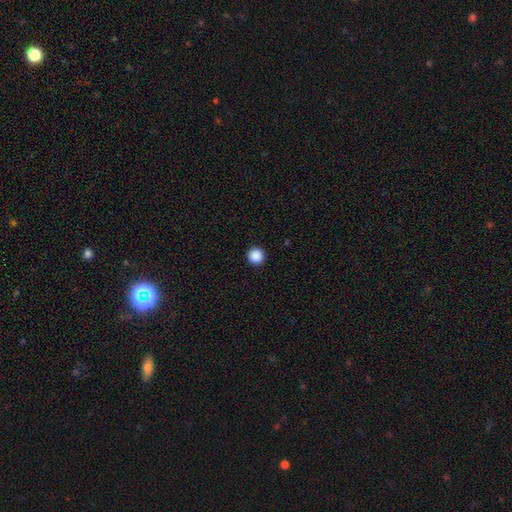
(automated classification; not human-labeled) This is clearly a smooth galaxy (89%). How rounded: clearly round (96%). Merging: clearly none (93%).